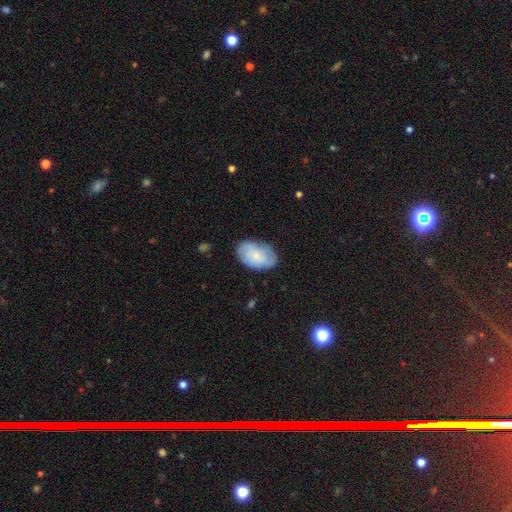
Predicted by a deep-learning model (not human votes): This is possibly a smooth galaxy (57%). How rounded: clearly in between (89%). Merging: likely none (78%).